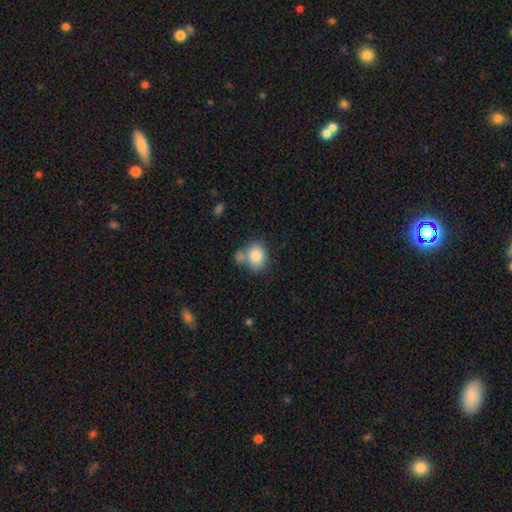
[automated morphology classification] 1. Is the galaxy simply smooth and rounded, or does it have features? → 84% smooth, 9% featured or disk, 8% star or artifact.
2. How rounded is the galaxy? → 52% in between, 47% round, 1% cigar-shaped.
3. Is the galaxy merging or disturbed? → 50% none, 29% merger, 15% minor disturbance, 5% major disturbance.